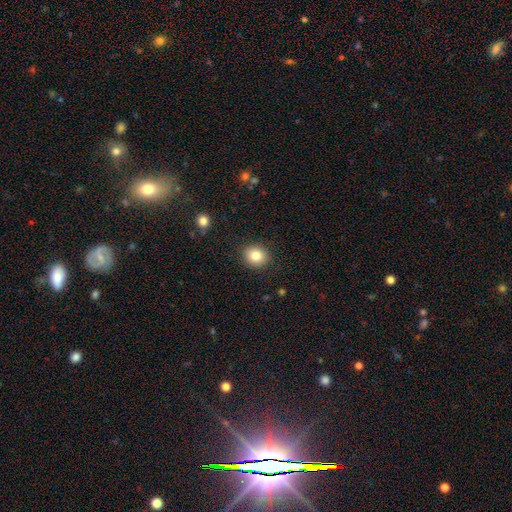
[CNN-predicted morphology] smooth 83%, star or artifact 10%, featured or disk 7%. Down the decision tree: how rounded — round (73%); merging — none (89%).